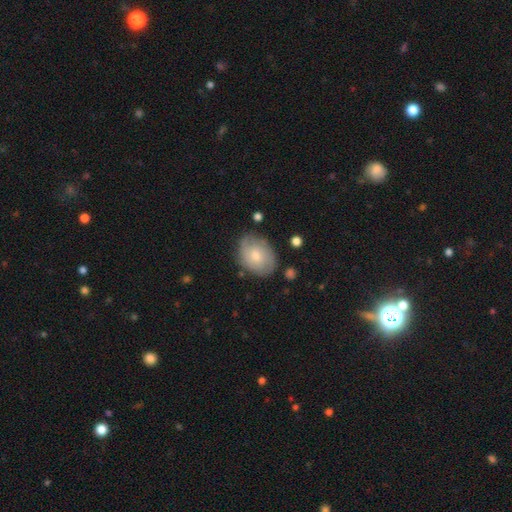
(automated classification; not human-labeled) The model was most divided on "smooth or featured": smooth: 50%, featured or disk: 43%, star or artifact: 7%. More confident: merging — none (74%); how rounded — in between (62%).